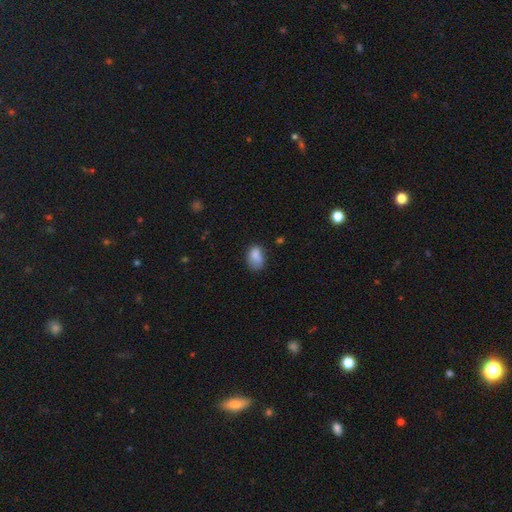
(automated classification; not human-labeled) Smooth or featured?
  - smooth: 82% *
  - star or artifact: 10%
  - featured or disk: 8%
How rounded?
  - in between: 79% *
  - round: 19%
  - cigar-shaped: 1%
Merging?
  - none: 52% *
  - minor disturbance: 32%
  - major disturbance: 12%
  - merger: 4%